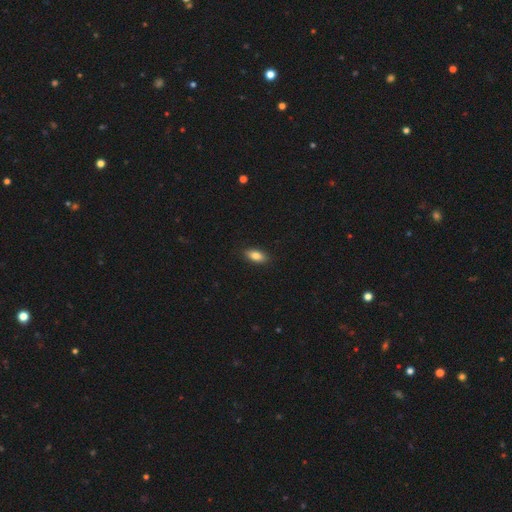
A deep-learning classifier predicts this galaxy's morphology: This appears to be a smooth galaxy with no disk features (83%) that is in between round and cigar-shaped (87%). Merging: none (89%).